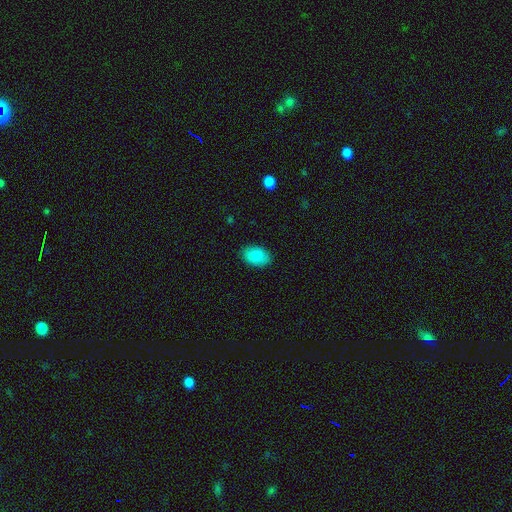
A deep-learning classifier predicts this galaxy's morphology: The model was most divided on "merging": none: 85%, minor disturbance: 12%, major disturbance: 3%, merger: 1%. More confident: how rounded — in between (91%); smooth or featured — smooth (88%).